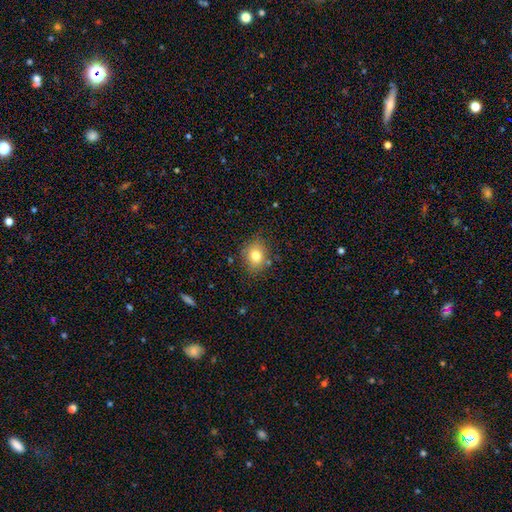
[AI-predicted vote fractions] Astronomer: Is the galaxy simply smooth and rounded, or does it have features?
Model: smooth — 78%.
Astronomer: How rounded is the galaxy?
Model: round — 52% (runner-up: in between, 47%).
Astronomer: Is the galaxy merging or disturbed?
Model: none — 81%.